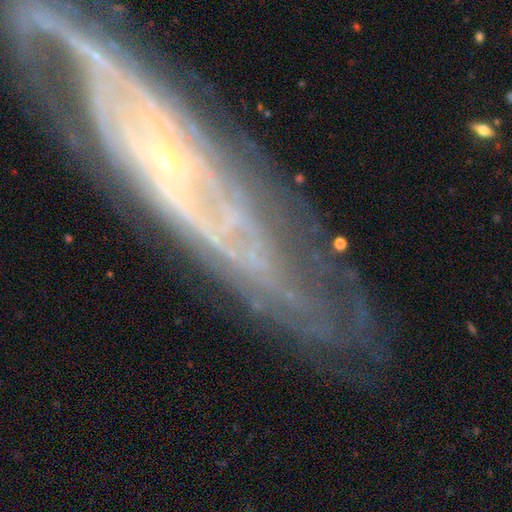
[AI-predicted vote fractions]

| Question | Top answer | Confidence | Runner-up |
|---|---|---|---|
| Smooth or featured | featured or disk | 57% | star or artifact (28%) |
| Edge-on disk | no | 76% | yes (24%) |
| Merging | none | 60% | minor disturbance (19%) |